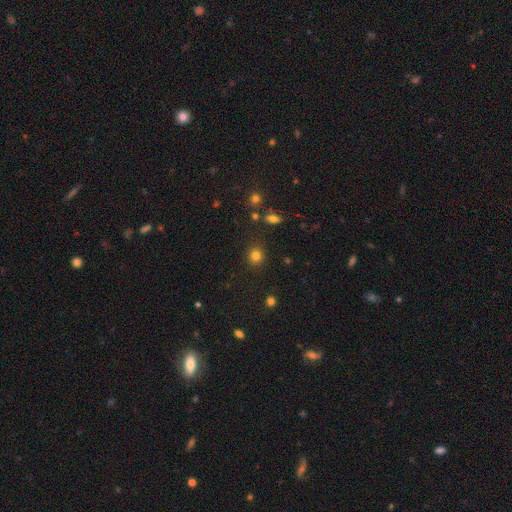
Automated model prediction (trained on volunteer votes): A smooth galaxy with no disk features (80%) that is round (86%).

Vote fractions:
- Smooth or featured? smooth: 80% / star or artifact: 14% / featured or disk: 6%
- How rounded? round: 86% / in between: 13% / cigar-shaped: 1%
- Merging? none: 88% / minor disturbance: 7% / major disturbance: 3% / merger: 2%